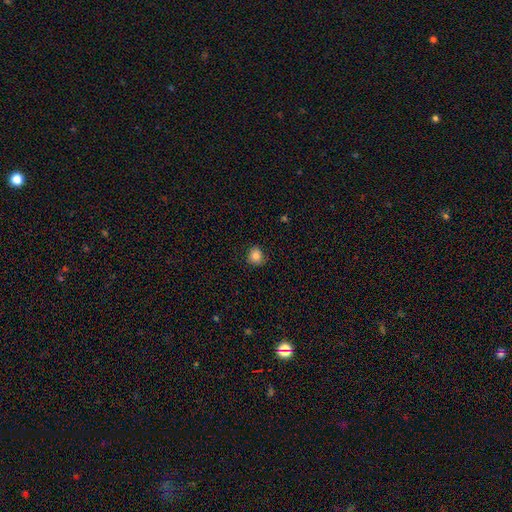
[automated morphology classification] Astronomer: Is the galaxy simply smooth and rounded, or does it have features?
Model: smooth — 83%.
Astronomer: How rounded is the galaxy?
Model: round — 82%.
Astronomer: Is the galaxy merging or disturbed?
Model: none — 81%.